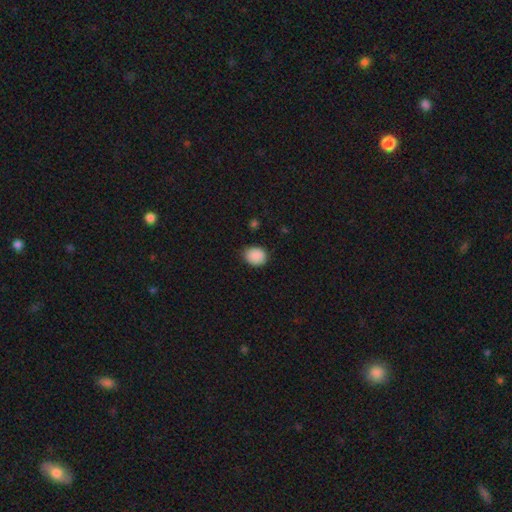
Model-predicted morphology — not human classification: This is clearly a smooth galaxy (89%). How rounded: possibly round (57%). Merging: clearly none (84%).